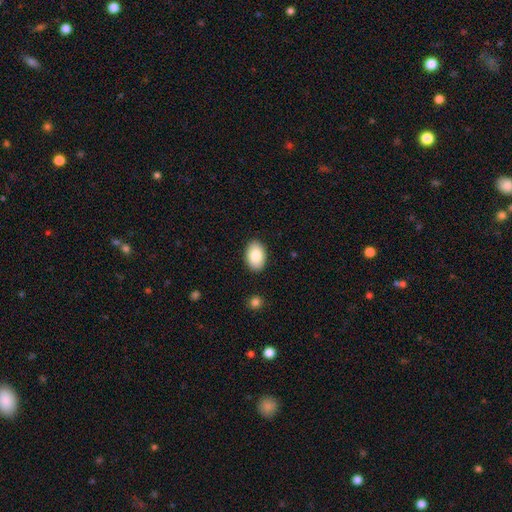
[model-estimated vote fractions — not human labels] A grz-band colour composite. It shows a smooth galaxy with no disk features (85%) that is in between round and cigar-shaped (88%). Merging: none (89%).